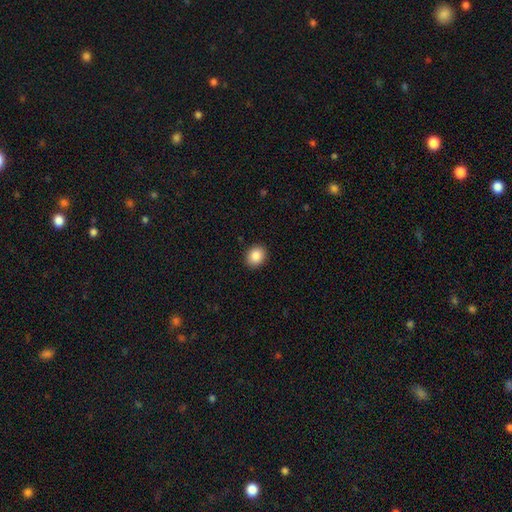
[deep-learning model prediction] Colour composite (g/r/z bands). It shows a smooth galaxy with no disk features (86%) that is round (57%). Merging: none (91%).